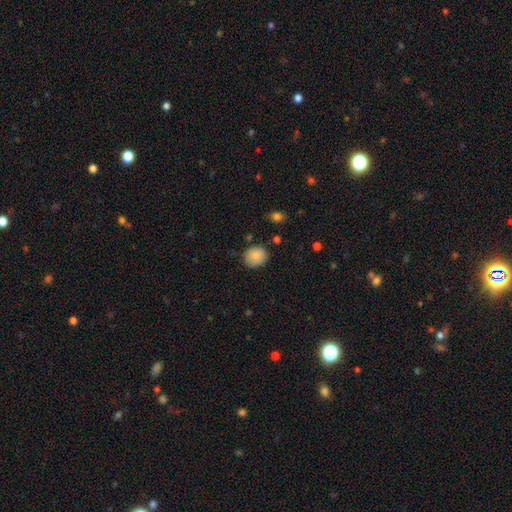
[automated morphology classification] The model was most divided on "how rounded": round: 78%, in between: 21%, cigar-shaped: 1%. More confident: smooth or featured — smooth (85%); merging — none (82%).